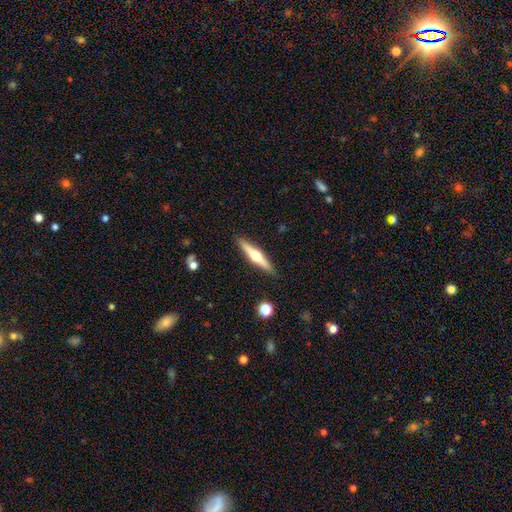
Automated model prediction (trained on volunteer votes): A featured or disk galaxy (63%) viewed edge-on (97%) with a rounded central bulge (93%). Merging: none (90%).